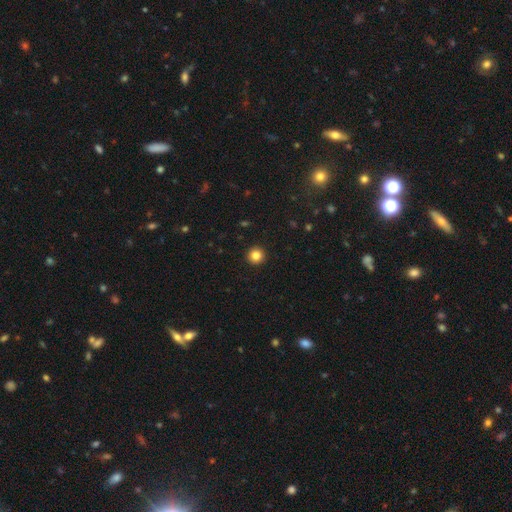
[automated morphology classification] smooth_or_featured: smooth (p=0.84) [alt: star or artifact p=0.11]
how_rounded: round (p=0.96) [alt: in between p=0.03]
merging: none (p=0.94) [alt: minor disturbance p=0.04]